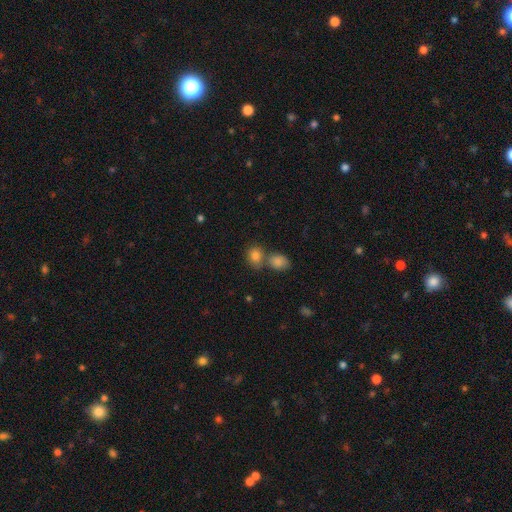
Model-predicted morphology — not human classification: Smooth or featured? smooth (83%)
How rounded? round (53%)
Merging? merger (45%)